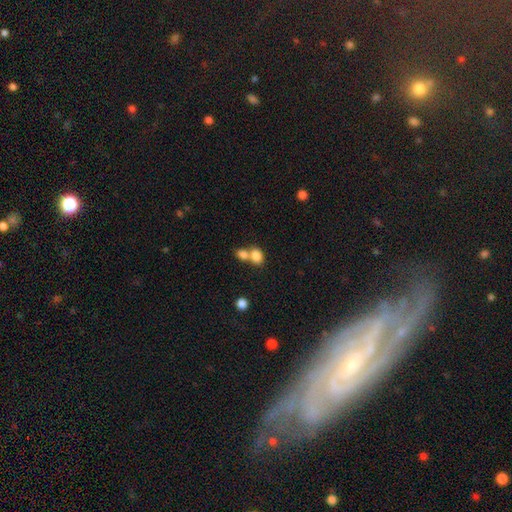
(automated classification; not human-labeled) The model was most divided on "how rounded": in between: 60%, round: 39%, cigar-shaped: 1%. More confident: smooth or featured — smooth (82%); merging — merger (59%).